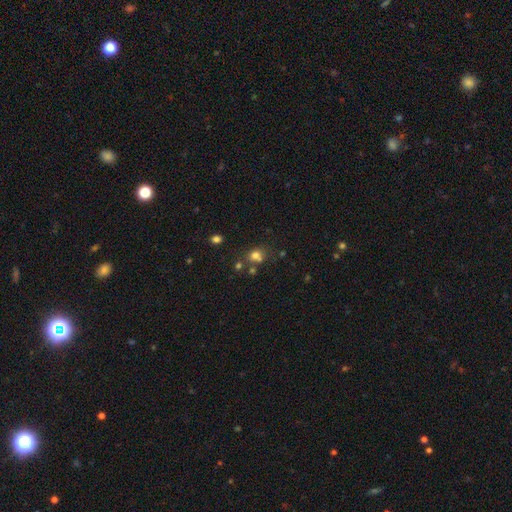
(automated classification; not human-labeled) Smooth or featured? Predicted: smooth (p=0.70). How rounded? Predicted: round (p=0.69). Merging? Predicted: none (p=0.52).